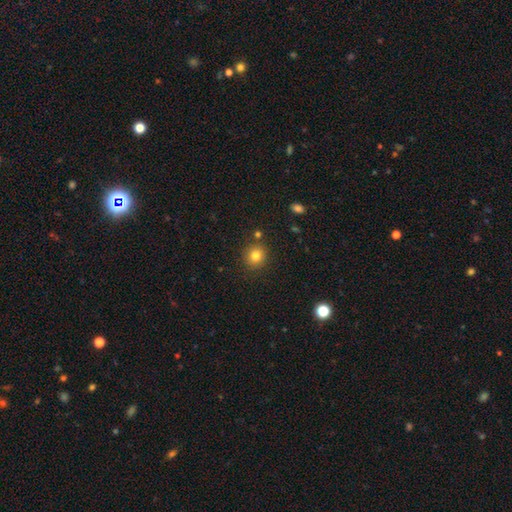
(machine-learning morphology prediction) Overall: smooth (80%). How rounded: round (87%). Merging: none (84%).